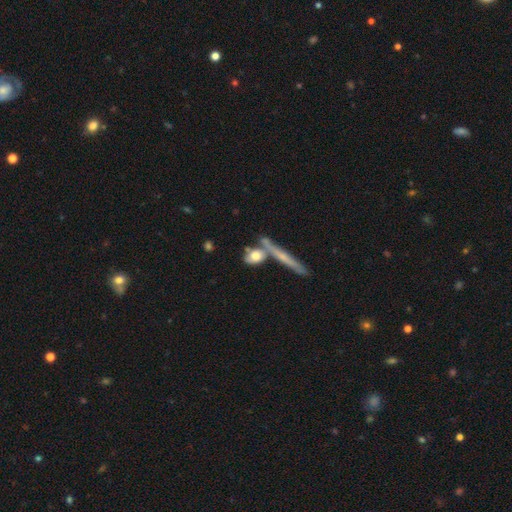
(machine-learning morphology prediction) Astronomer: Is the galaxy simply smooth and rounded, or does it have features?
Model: smooth — 63%.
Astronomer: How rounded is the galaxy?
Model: in between — 40% (runner-up: round, 34%).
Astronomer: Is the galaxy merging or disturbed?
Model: none — 47% (runner-up: merger, 30%).